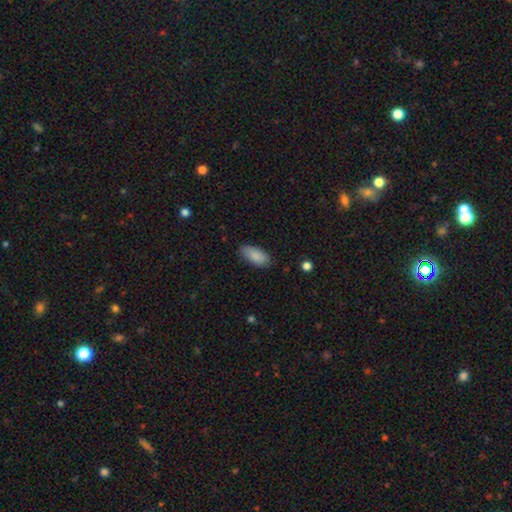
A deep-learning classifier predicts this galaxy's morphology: Overall: smooth (89%). How rounded: in between (90%). Merging: none (83%).